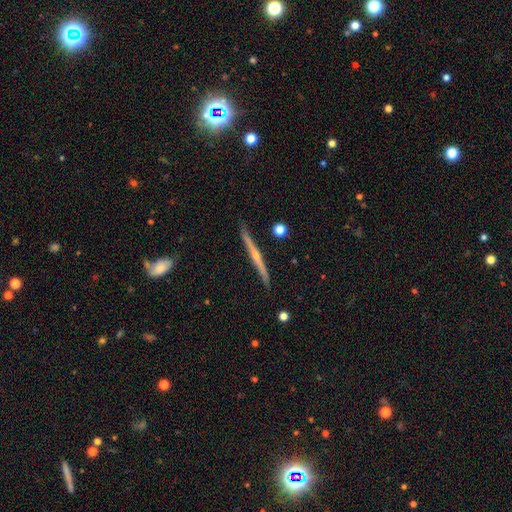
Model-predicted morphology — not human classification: featured or disk 79%, smooth 15%, star or artifact 6%. Down the decision tree: edge-on disk — yes (98%); edge-on bulge — rounded (77%); merging — none (89%).